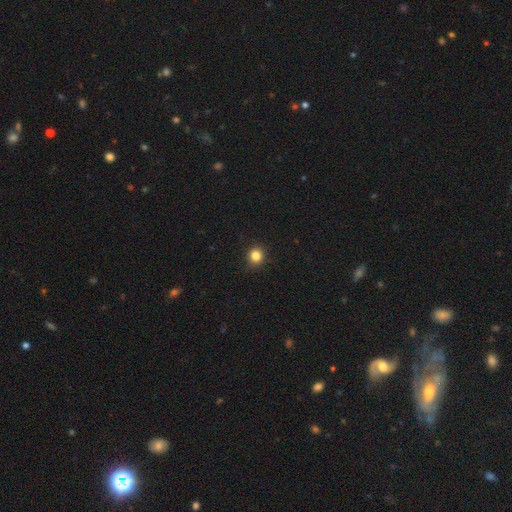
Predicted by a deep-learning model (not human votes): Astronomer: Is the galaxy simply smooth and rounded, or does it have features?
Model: smooth — 84%.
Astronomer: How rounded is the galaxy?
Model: round — 90%.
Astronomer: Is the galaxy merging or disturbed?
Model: none — 91%.